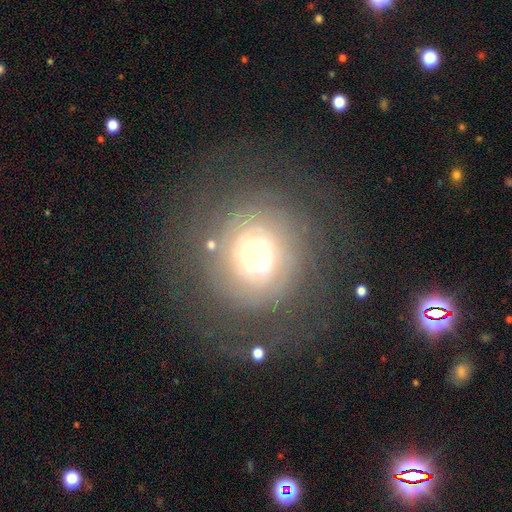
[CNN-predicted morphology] Overall: featured or disk (71%). Edge-on disk: no (97%). Bar: no (85%). Spiral arms: yes (83%). Spiral arm count: can't tell (47%; 2 16%). Spiral winding: tight (78%). Bulge size: small (60%; moderate 24%). Merging: none (73%).